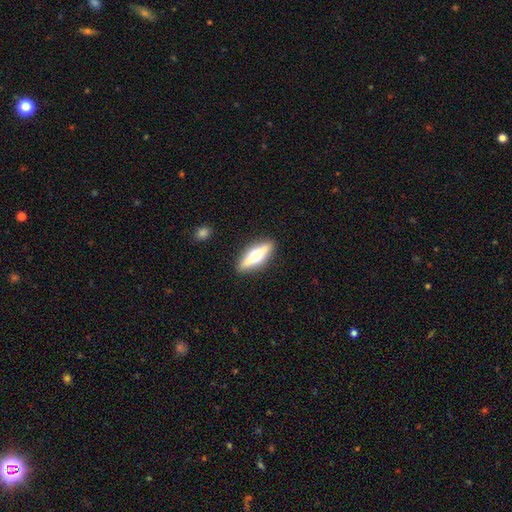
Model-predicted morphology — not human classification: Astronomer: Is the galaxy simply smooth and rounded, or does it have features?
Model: featured or disk — 60%.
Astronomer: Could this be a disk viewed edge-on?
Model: yes — 93%.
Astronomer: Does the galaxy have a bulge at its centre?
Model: rounded — 95%.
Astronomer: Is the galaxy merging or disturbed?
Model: none — 90%.